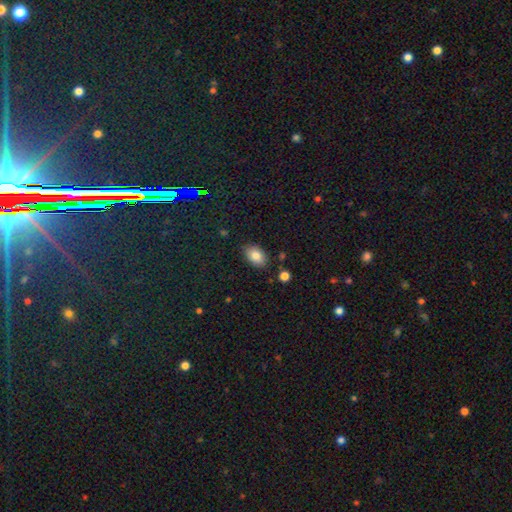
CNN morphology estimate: A smooth galaxy with no disk features (84%) that is in between round and cigar-shaped (87%).

Vote fractions:
- Smooth or featured? smooth: 84% / star or artifact: 8% / featured or disk: 8%
- How rounded? in between: 87% / round: 12% / cigar-shaped: 1%
- Merging? none: 84% / minor disturbance: 11% / major disturbance: 2% / merger: 2%